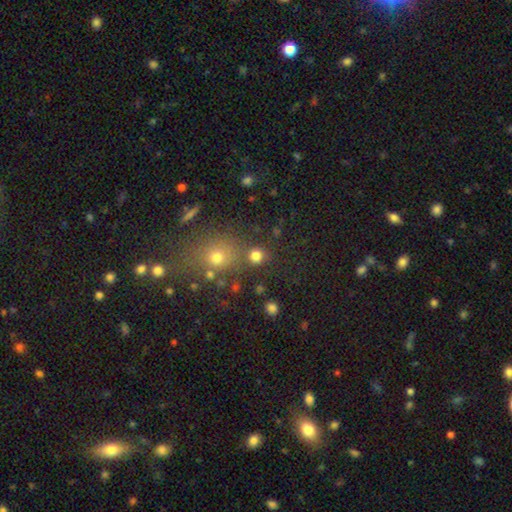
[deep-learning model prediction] smooth-or-featured: smooth: 79% | star or artifact: 16% | featured or disk: 6%
  how-rounded: round: 90% | in between: 9% | cigar-shaped: 1%
  merging: none: 78% | merger: 11% | minor disturbance: 7% | major disturbance: 4%